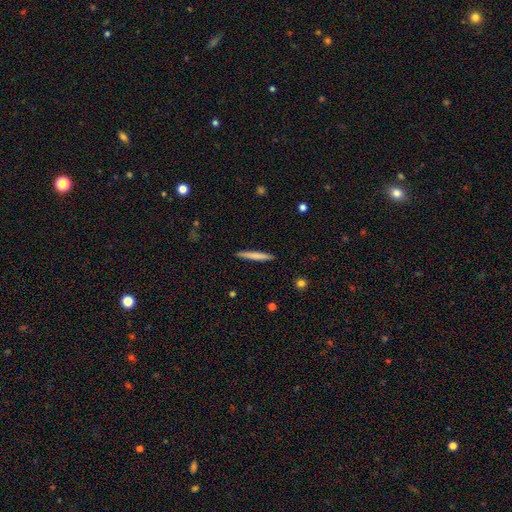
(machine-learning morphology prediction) A smooth galaxy with no disk features (71%) that is cigar-shaped (96%).

Vote fractions:
- Smooth or featured? smooth: 71% / featured or disk: 24% / star or artifact: 5%
- How rounded? cigar-shaped: 96% / in between: 3% / round: 1%
- Merging? none: 91% / minor disturbance: 6% / major disturbance: 1% / merger: 1%